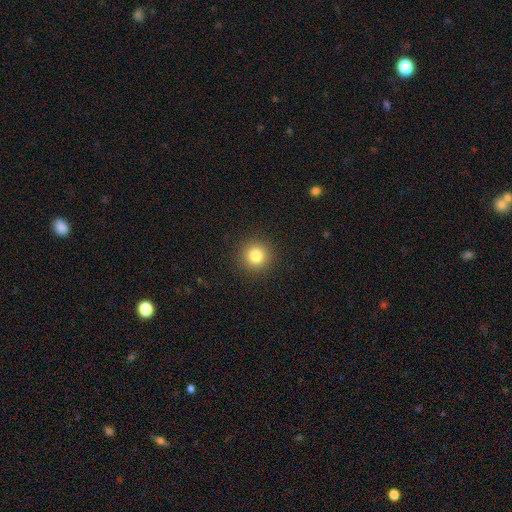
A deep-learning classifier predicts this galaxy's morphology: smooth 83%, star or artifact 12%, featured or disk 6%. Down the decision tree: how rounded — round (94%); merging — none (91%).